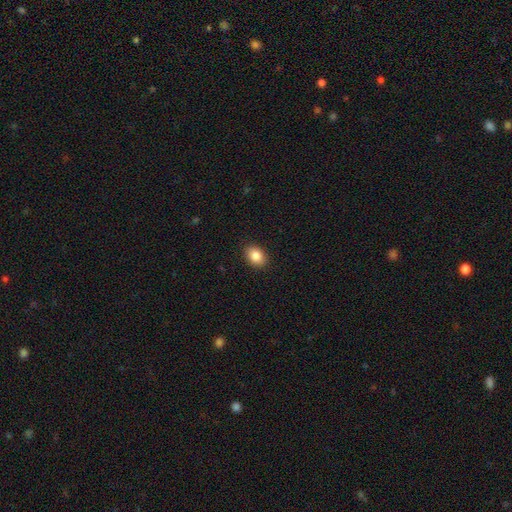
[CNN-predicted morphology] Overall: smooth (87%). How rounded: in between (75%). Merging: none (89%).